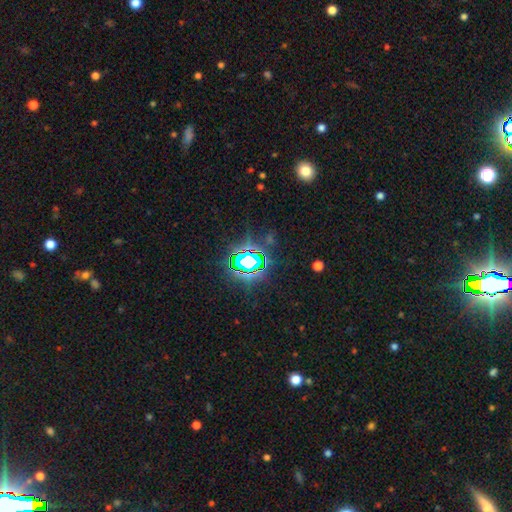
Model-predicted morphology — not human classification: Smooth or featured?
  - star or artifact: 83% *
  - smooth: 10%
  - featured or disk: 7%